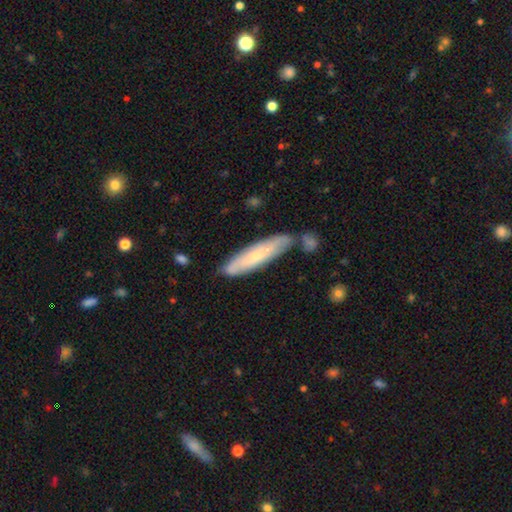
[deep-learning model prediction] Smooth or featured? smooth (54%)
How rounded? cigar-shaped (79%)
Merging? none (72%)